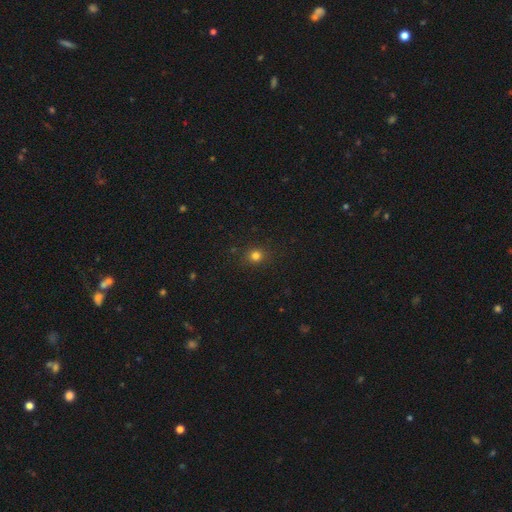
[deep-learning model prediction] smooth_or_featured: smooth (p=0.79) [alt: star or artifact p=0.16]
how_rounded: round (p=0.85) [alt: in between p=0.14]
merging: none (p=0.88) [alt: minor disturbance p=0.08]